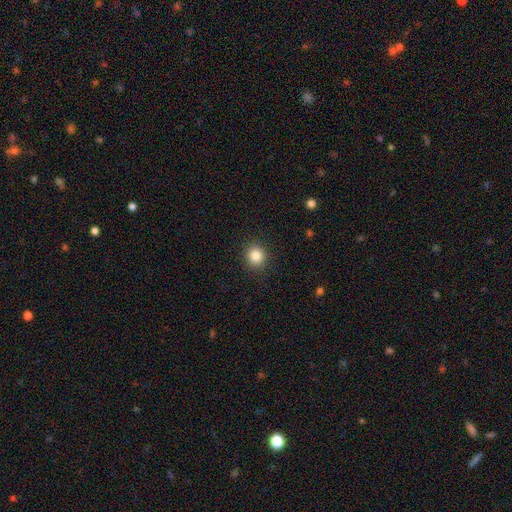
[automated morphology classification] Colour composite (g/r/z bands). It shows a smooth galaxy with no disk features (84%) that is round (84%). Merging: none (90%).